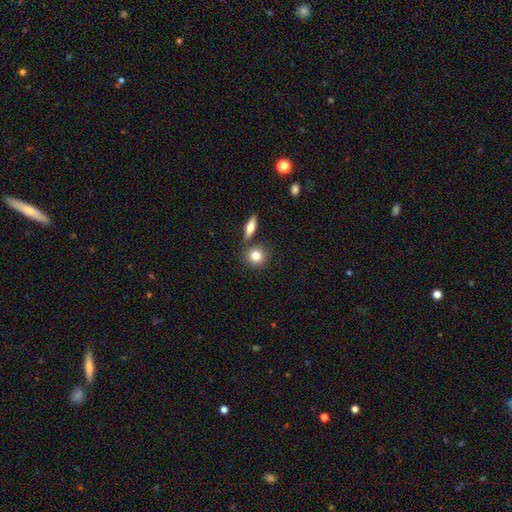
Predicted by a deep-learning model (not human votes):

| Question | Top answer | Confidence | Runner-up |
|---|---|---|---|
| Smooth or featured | smooth | 80% | featured or disk (12%) |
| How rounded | round | 82% | in between (16%) |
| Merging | none | 73% | merger (16%) |